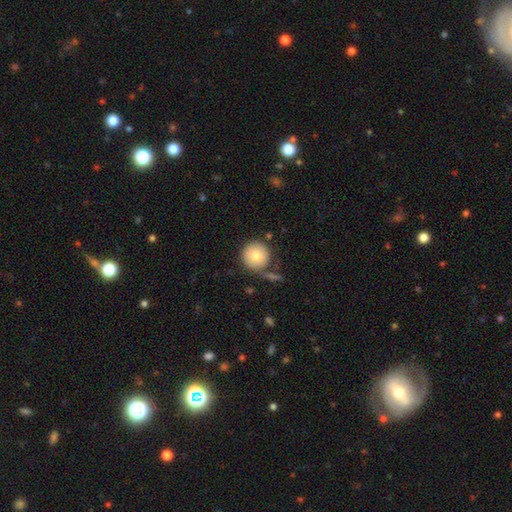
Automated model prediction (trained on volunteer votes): smooth-or-featured: smooth: 80% | featured or disk: 13% | star or artifact: 7%
  how-rounded: round: 95% | in between: 4% | cigar-shaped: 1%
  merging: none: 71% | minor disturbance: 13% | merger: 11% | major disturbance: 5%